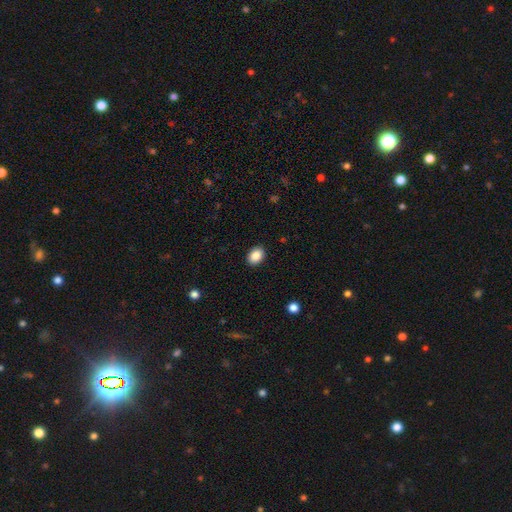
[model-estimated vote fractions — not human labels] smooth-or-featured: smooth: 88% | star or artifact: 8% | featured or disk: 4%
  how-rounded: in between: 72% | round: 28% | cigar-shaped: 1%
  merging: none: 90% | minor disturbance: 7% | major disturbance: 2% | merger: 1%